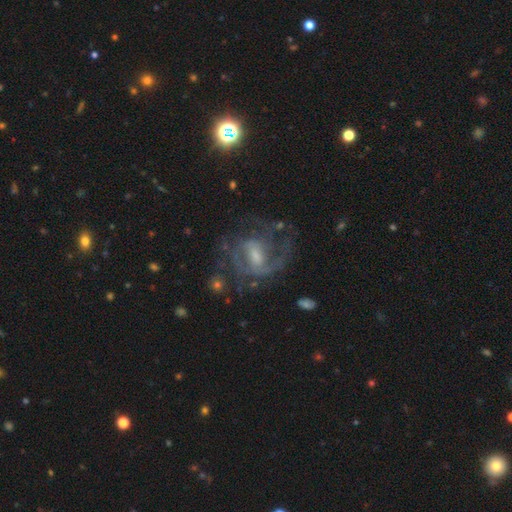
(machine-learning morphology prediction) featured or disk 83%, smooth 9%, star or artifact 8%. Down the decision tree: edge-on disk — no (97%); bar — weak (54%); spiral arms — yes (91%); spiral arm count — 2 (45%); spiral winding — medium (51%); bulge size — moderate (45%); merging — none (57%).